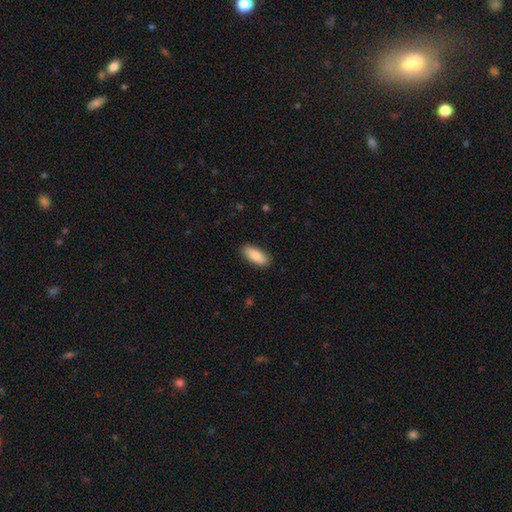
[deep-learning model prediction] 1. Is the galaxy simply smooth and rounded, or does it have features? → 83% smooth, 12% featured or disk, 6% star or artifact.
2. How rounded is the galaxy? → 80% in between, 17% cigar-shaped, 2% round.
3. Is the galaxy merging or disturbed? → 87% none, 10% minor disturbance, 2% major disturbance, 1% merger.